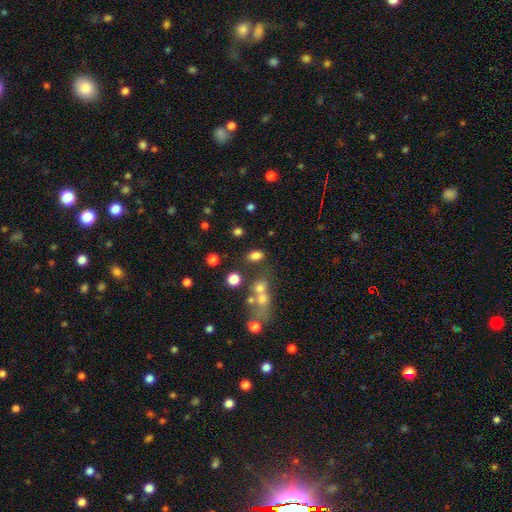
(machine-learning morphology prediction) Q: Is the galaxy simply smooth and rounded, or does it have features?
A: smooth — 77%.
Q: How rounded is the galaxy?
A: in between — 82%.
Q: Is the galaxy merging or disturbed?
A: none — 68%.